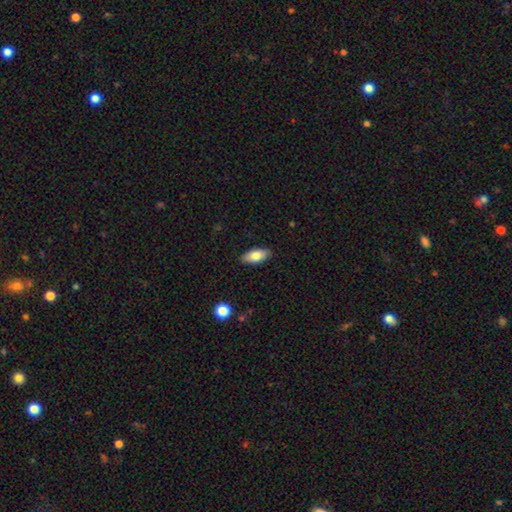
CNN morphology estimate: A smooth galaxy with no disk features (79%) that is in between round and cigar-shaped (88%).

Vote fractions:
- Smooth or featured? smooth: 79% / featured or disk: 14% / star or artifact: 7%
- How rounded? in between: 88% / cigar-shaped: 9% / round: 3%
- Merging? none: 88% / minor disturbance: 9% / major disturbance: 2% / merger: 1%